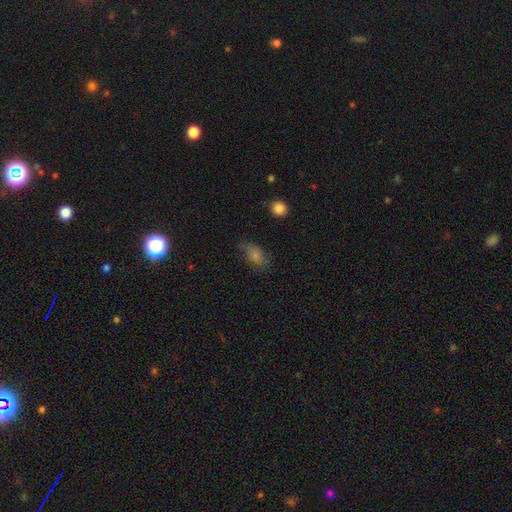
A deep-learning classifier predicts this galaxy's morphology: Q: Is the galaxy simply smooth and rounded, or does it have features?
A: smooth — 67%.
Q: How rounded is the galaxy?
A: in between — 83%.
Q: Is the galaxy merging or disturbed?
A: none — 61%.